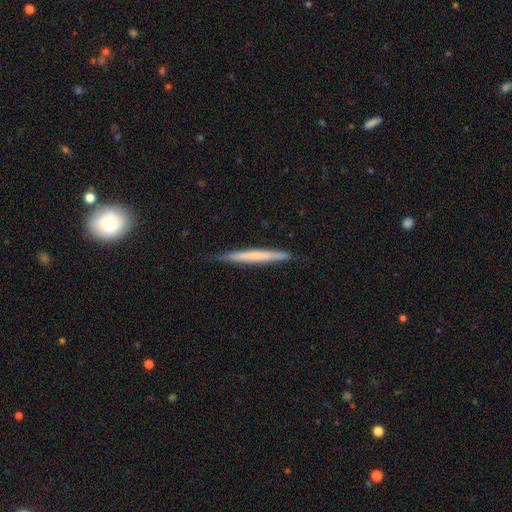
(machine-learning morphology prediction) This appears to be a smooth galaxy with no disk features (53%) that is cigar-shaped (97%). Merging: none (81%).